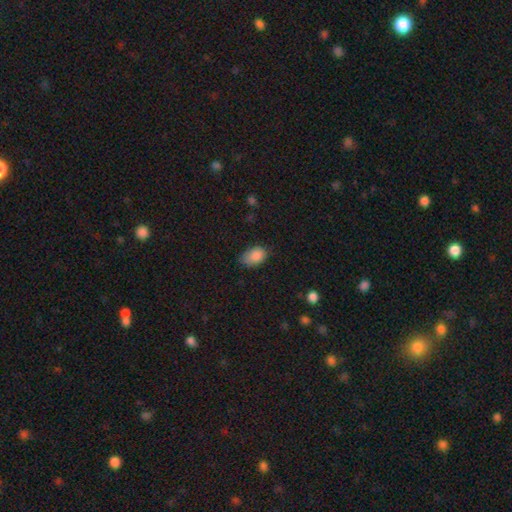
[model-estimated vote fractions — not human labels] smooth_or_featured: smooth (p=0.87) [alt: star or artifact p=0.08]
how_rounded: in between (p=0.87) [alt: round p=0.12]
merging: none (p=0.62) [alt: minor disturbance p=0.31]